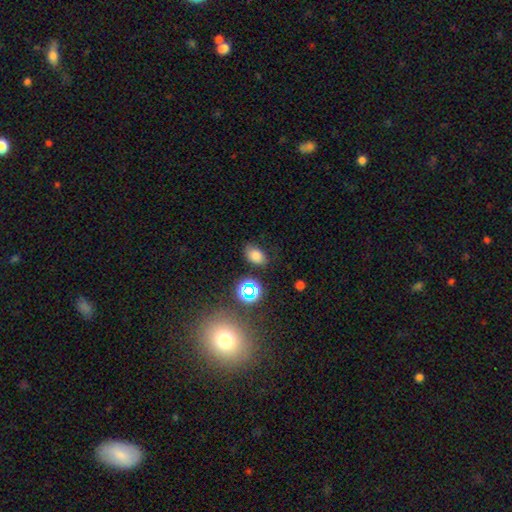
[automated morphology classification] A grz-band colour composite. It shows a smooth galaxy with no disk features (75%) that is in between round and cigar-shaped (84%). Merging: none (72%).